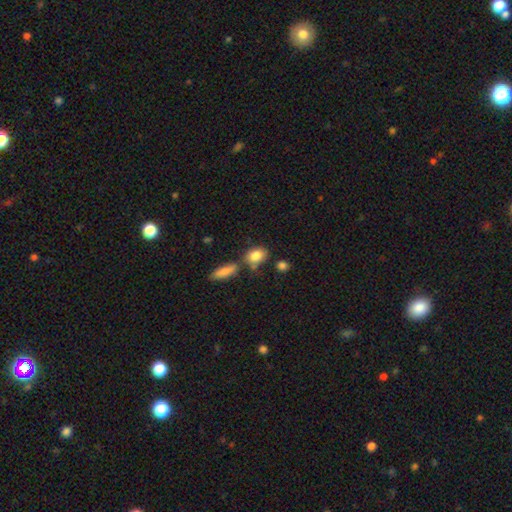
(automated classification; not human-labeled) A smooth galaxy with no disk features (83%) that is in between round and cigar-shaped (75%). Merging: none (60%).